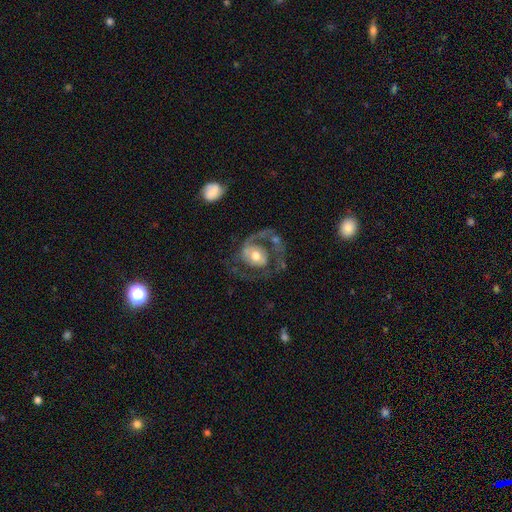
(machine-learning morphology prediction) type=featured or disk (78%); edge-on=no (97%); bar=no (61%); spiral arms=yes (84%); winding=medium (47%); arm count=2 (52%); bulge=moderate (68%); merging=none (43%).